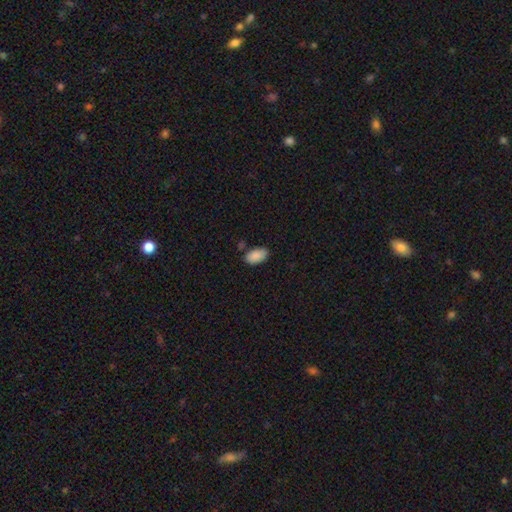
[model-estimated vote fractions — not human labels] A smooth galaxy with no disk features (89%) that is in between round and cigar-shaped (95%). Merging: none (77%).